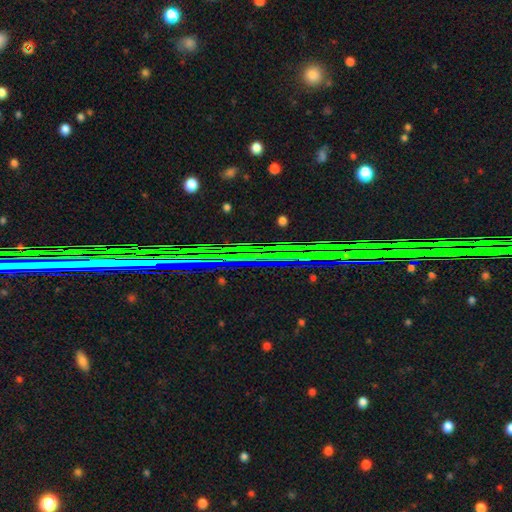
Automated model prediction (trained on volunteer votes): The model was most divided on "smooth or featured": star or artifact: 81%, featured or disk: 12%, smooth: 7%.